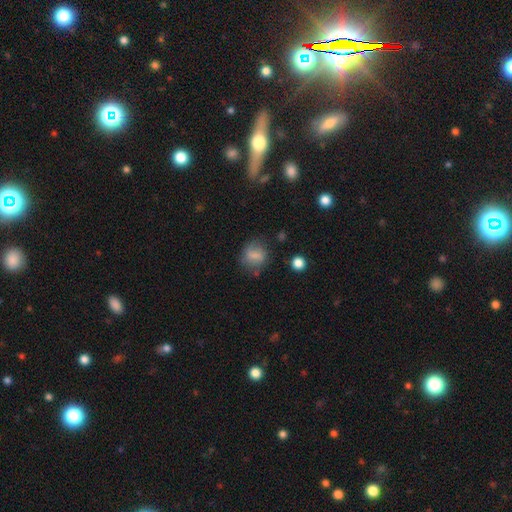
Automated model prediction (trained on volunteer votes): Smooth or featured? Predicted: smooth (p=0.65). How rounded? Predicted: round (p=0.66). Merging? Predicted: none (p=0.65).